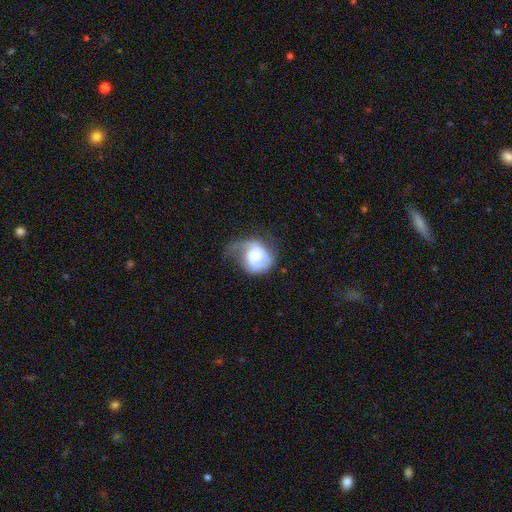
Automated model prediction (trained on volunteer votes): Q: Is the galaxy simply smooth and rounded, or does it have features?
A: featured or disk — 60%.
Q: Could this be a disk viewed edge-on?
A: no — 97%.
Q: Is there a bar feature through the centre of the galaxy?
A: no — 66%.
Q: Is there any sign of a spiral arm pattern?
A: yes — 81%.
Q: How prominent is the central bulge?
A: moderate — 56%.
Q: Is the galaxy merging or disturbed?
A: major disturbance — 41%.